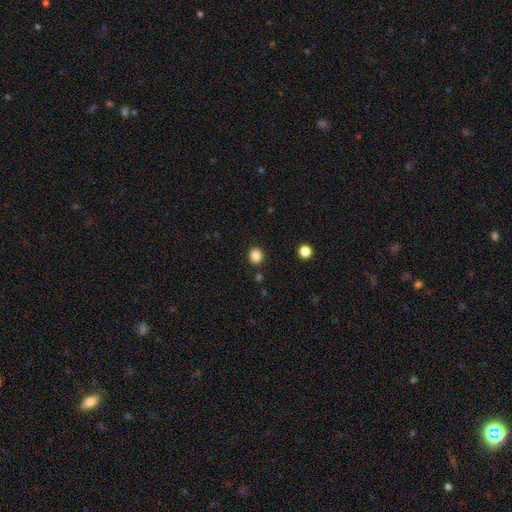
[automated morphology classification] smooth 85%, star or artifact 11%, featured or disk 4%. Down the decision tree: how rounded — round (86%); merging — none (90%).